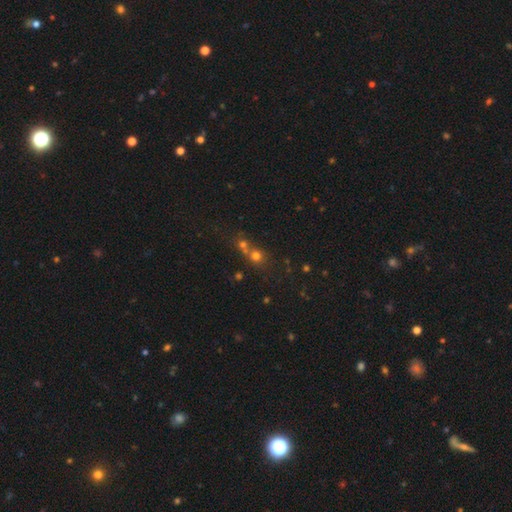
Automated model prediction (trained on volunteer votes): smooth-or-featured: smooth: 63% | star or artifact: 23% | featured or disk: 14%
  how-rounded: round: 85% | in between: 14% | cigar-shaped: 1%
  merging: merger: 53% | none: 38% | minor disturbance: 6% | major disturbance: 3%